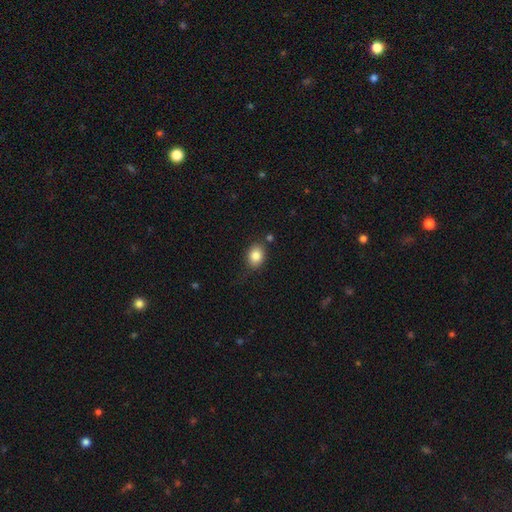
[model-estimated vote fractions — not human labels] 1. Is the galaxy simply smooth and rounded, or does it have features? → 85% smooth, 9% star or artifact, 6% featured or disk.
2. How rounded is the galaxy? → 61% in between, 38% round, 1% cigar-shaped.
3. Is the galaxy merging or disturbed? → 78% none, 14% minor disturbance, 5% merger, 4% major disturbance.